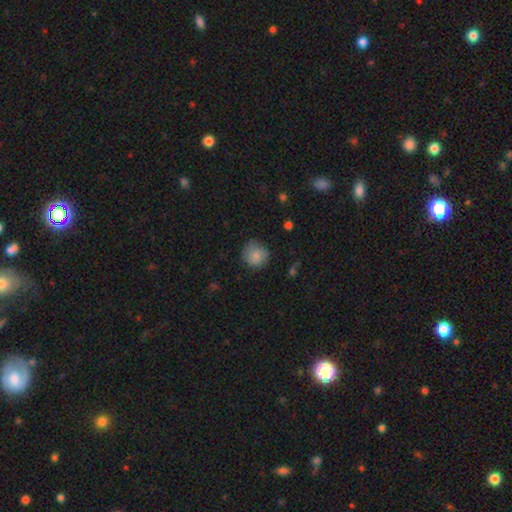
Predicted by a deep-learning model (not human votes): Smooth or featured? Predicted: smooth (p=0.80). How rounded? Predicted: round (p=0.89). Merging? Predicted: none (p=0.72).